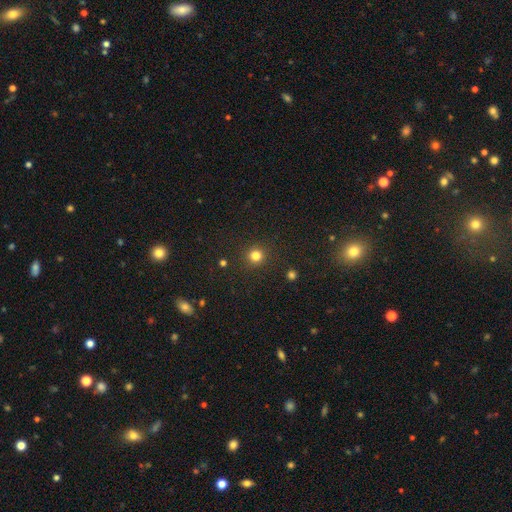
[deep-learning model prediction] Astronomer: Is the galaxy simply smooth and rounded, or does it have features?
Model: smooth — 82%.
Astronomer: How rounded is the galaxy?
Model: round — 94%.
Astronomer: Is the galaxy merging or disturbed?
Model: none — 91%.